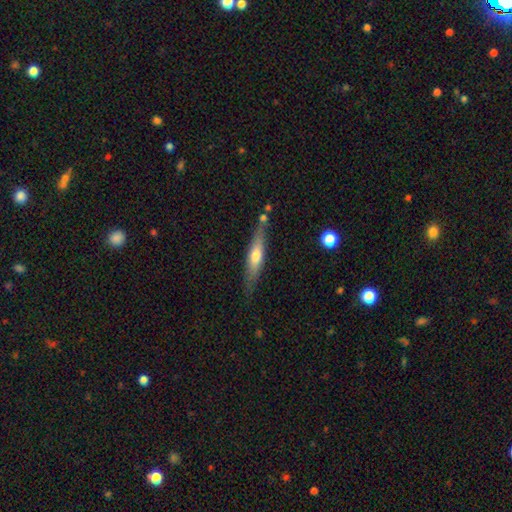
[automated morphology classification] Q: Smooth or featured?
A: featured or disk (48%); runner-up: smooth (46%)
Q: Merging?
A: none (74%); runner-up: minor disturbance (16%)